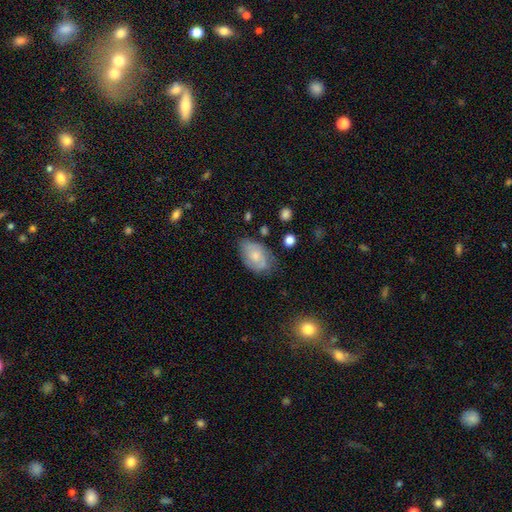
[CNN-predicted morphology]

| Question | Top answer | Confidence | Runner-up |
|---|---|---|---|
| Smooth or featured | smooth | 51% | featured or disk (42%) |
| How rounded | in between | 89% | round (10%) |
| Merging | none | 63% | minor disturbance (27%) |